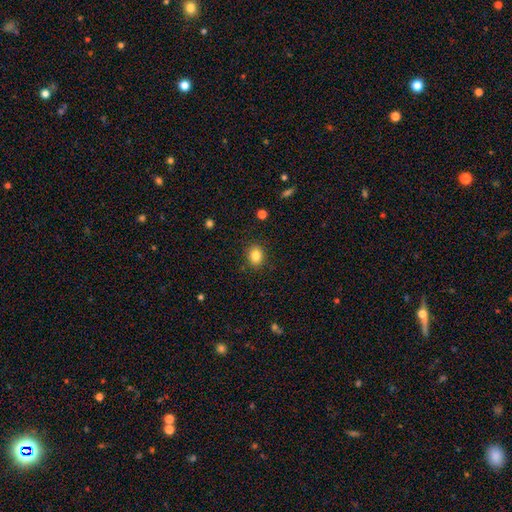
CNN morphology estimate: Smooth or featured? Predicted: smooth (p=0.85). How rounded? Predicted: in between (p=0.53). Merging? Predicted: none (p=0.87).